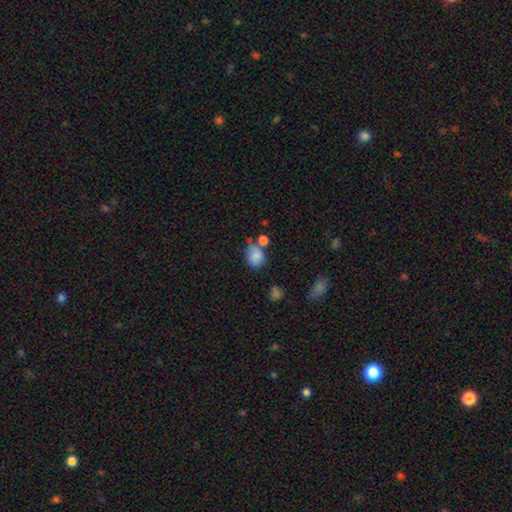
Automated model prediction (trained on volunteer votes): smooth-or-featured: smooth: 80% | star or artifact: 10% | featured or disk: 10%
  how-rounded: round: 56% | in between: 43% | cigar-shaped: 1%
  merging: none: 48% | minor disturbance: 24% | merger: 19% | major disturbance: 9%